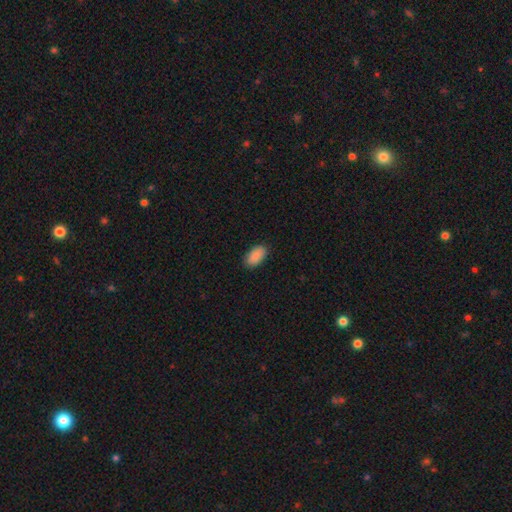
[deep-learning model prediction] A smooth galaxy with no disk features (91%) that is in between round and cigar-shaped (95%).

Vote fractions:
- Smooth or featured? smooth: 91% / star or artifact: 7% / featured or disk: 3%
- How rounded? in between: 95% / round: 3% / cigar-shaped: 2%
- Merging? none: 88% / minor disturbance: 9% / major disturbance: 2% / merger: 1%